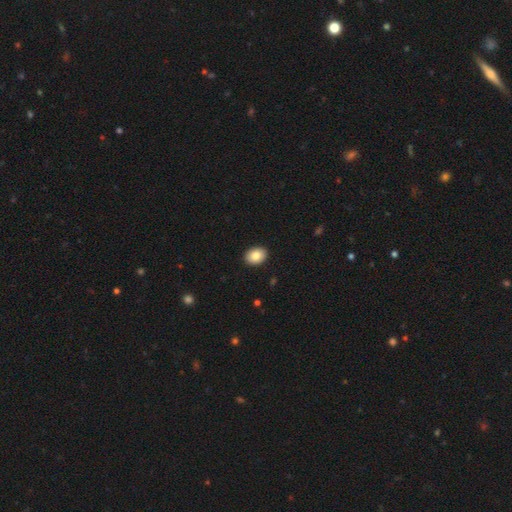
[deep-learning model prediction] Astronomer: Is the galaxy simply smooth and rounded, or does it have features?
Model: smooth — 85%.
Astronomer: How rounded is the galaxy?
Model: in between — 72%.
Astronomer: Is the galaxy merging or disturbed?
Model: none — 92%.